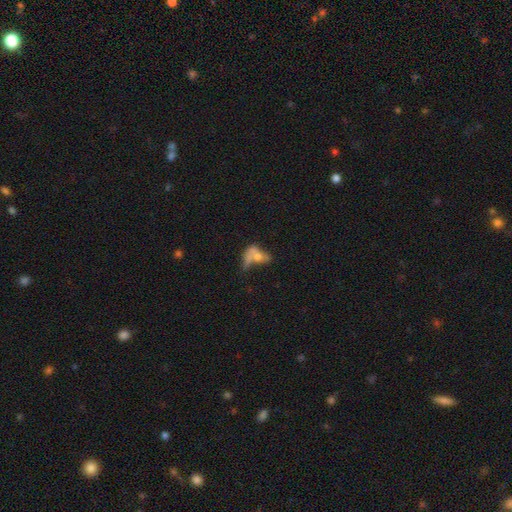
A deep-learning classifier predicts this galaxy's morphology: Smooth or featured: smooth — 52% (featured or disk — 35%)
How rounded: in between — 72% (round — 15%)
Merging: merger — 45% (major disturbance — 24%)